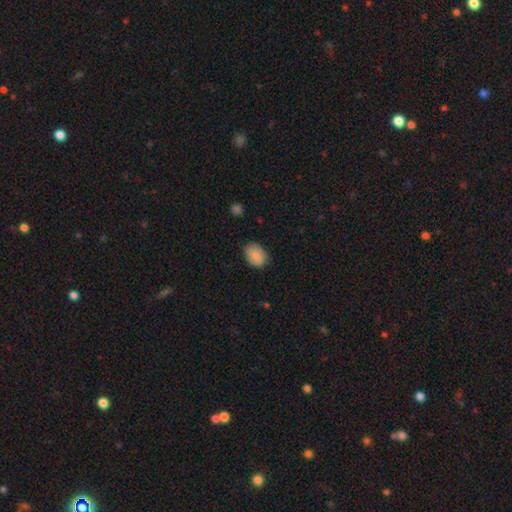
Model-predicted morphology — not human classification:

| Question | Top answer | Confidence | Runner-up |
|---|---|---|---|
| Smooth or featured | smooth | 85% | featured or disk (8%) |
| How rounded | in between | 71% | round (28%) |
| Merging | none | 75% | minor disturbance (21%) |